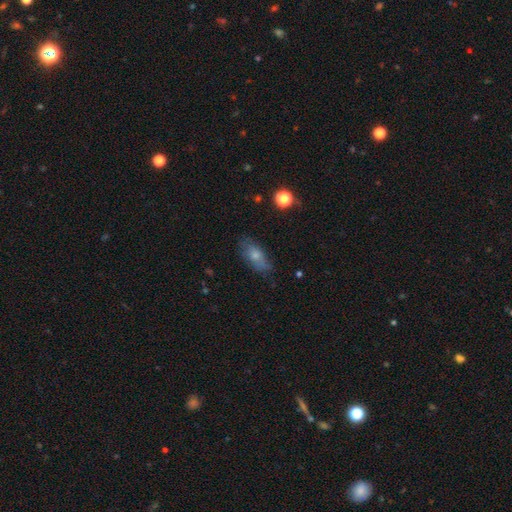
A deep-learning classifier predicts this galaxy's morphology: type=smooth (68%); roundness=in between (82%); merging=none (66%).